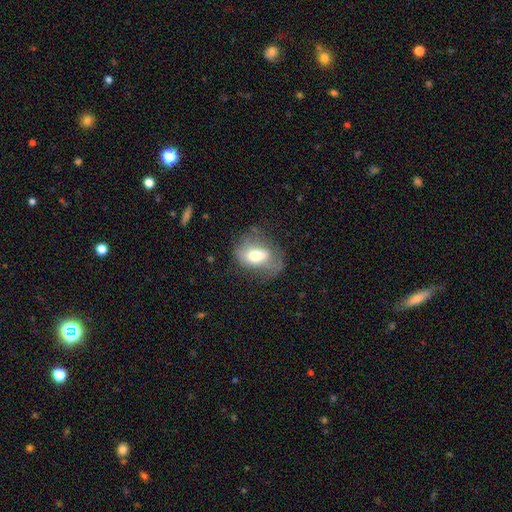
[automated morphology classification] Smooth or featured? Predicted: smooth (p=0.59). How rounded? Predicted: in between (p=0.71). Merging? Predicted: none (p=0.47).